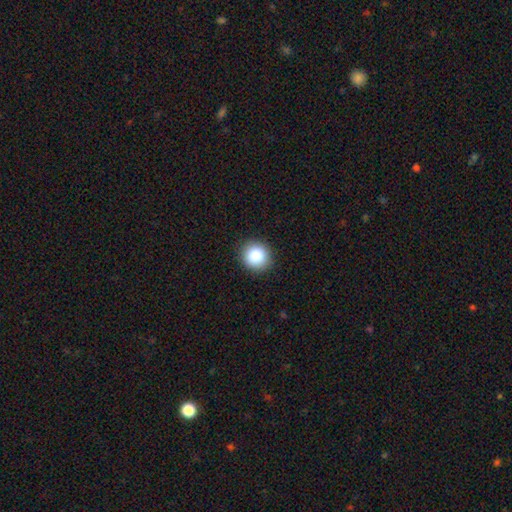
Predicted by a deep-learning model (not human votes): Smooth or featured? Predicted: smooth (p=0.86). How rounded? Predicted: round (p=0.88). Merging? Predicted: none (p=0.91).